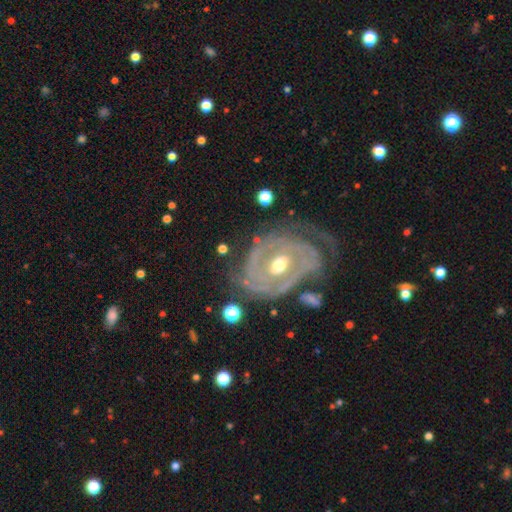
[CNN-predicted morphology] This appears to be a featured or disk galaxy (87%) with no bar (44%), 2 (33%) tight (71%) spiral arms (91%) and a moderate central bulge (69%). Merging: none (58%).